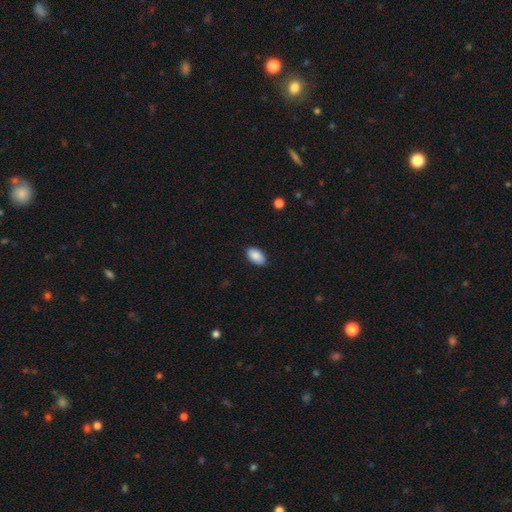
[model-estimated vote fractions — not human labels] Q: Smooth or featured?
A: smooth (89%); runner-up: star or artifact (7%)
Q: How rounded?
A: in between (95%); runner-up: round (3%)
Q: Merging?
A: none (86%); runner-up: minor disturbance (11%)